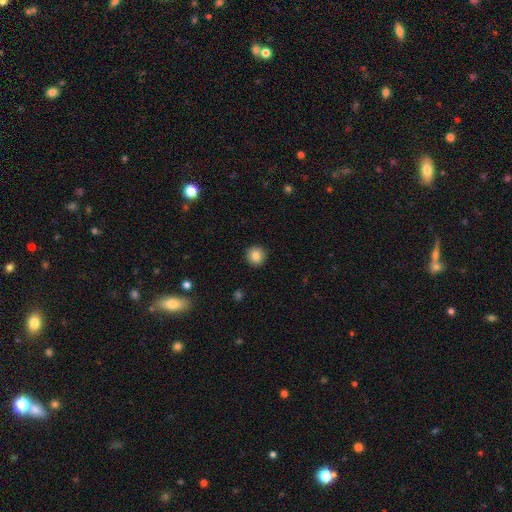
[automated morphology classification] A smooth galaxy with no disk features (84%) that is round (94%). Merging: none (92%).